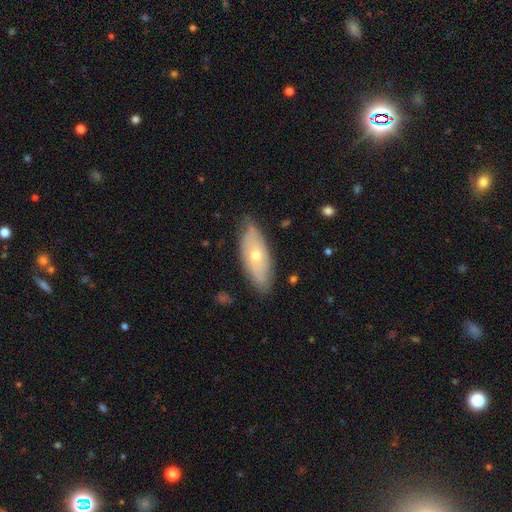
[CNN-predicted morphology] Smooth or featured? featured or disk (49%)
Merging? none (78%)